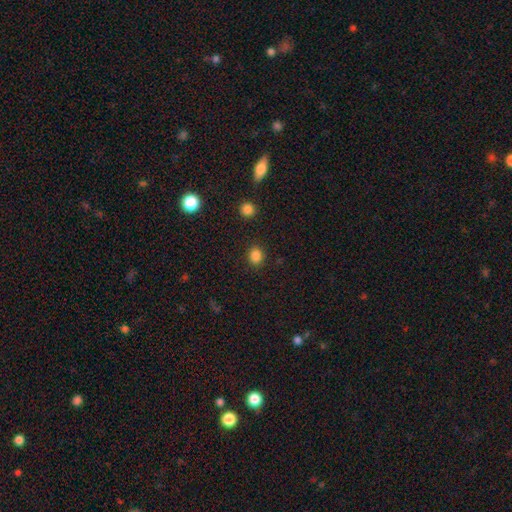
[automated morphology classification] smooth 85%, star or artifact 12%, featured or disk 3%. Down the decision tree: how rounded — round (70%); merging — none (89%).